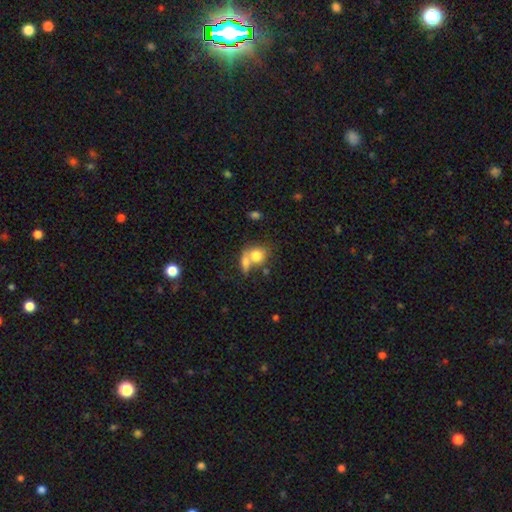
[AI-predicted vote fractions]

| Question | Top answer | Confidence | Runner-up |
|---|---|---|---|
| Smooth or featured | smooth | 77% | featured or disk (14%) |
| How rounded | round | 57% | in between (40%) |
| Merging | merger | 51% | none (33%) |